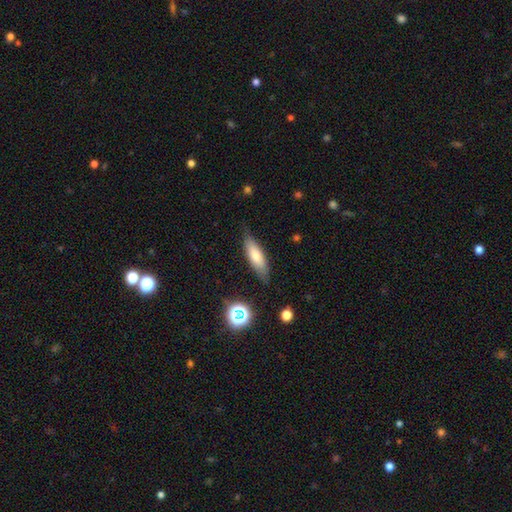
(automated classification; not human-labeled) Morphology: type=smooth (72%); roundness=cigar-shaped (49%, tied with in between); merging=none (77%).